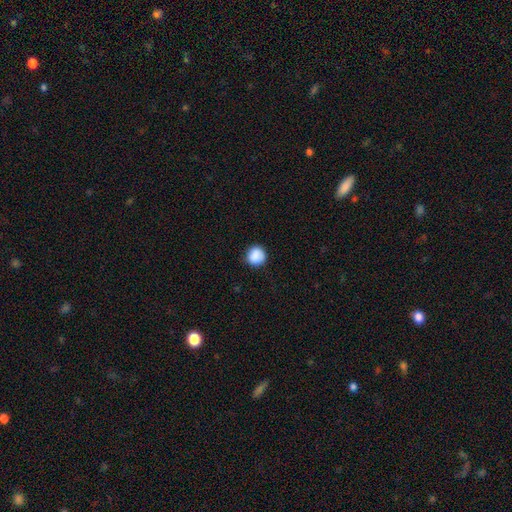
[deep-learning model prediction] smooth-or-featured: smooth: 89% | star or artifact: 8% | featured or disk: 3%
  how-rounded: round: 93% | in between: 6% | cigar-shaped: 1%
  merging: none: 86% | minor disturbance: 11% | major disturbance: 2% | merger: 1%